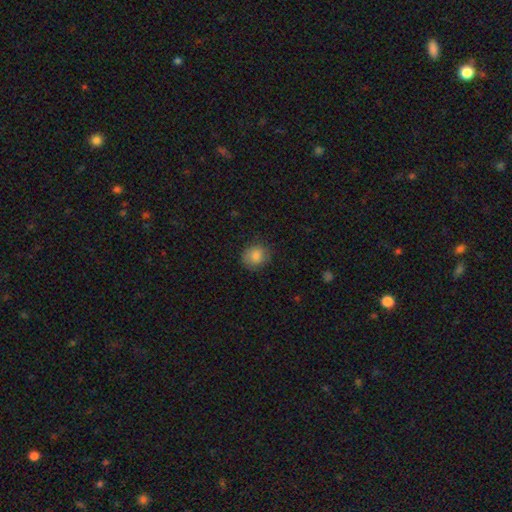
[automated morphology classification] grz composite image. It shows a smooth galaxy with no disk features (83%) that is round (74%). Merging: none (82%).